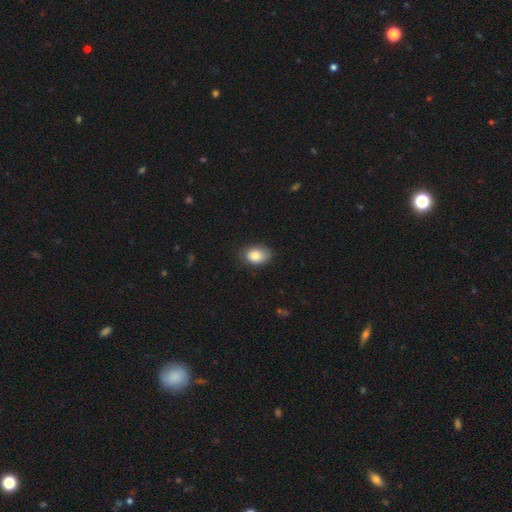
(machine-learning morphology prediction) Smooth or featured? smooth (81%)
How rounded? in between (77%)
Merging? none (73%)